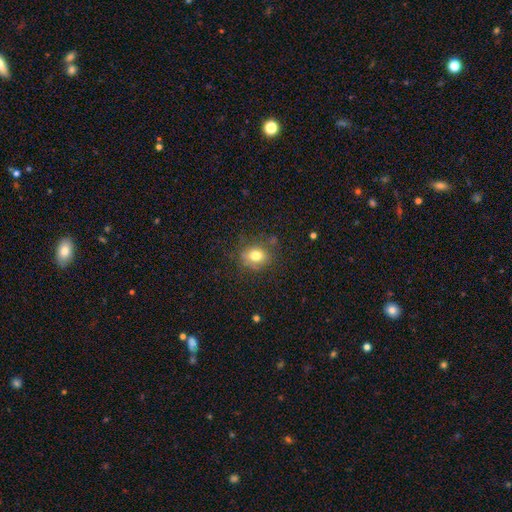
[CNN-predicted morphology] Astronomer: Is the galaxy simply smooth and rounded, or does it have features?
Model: smooth — 77%.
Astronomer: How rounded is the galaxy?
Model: round — 68%.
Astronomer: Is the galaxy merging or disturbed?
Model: none — 76%.